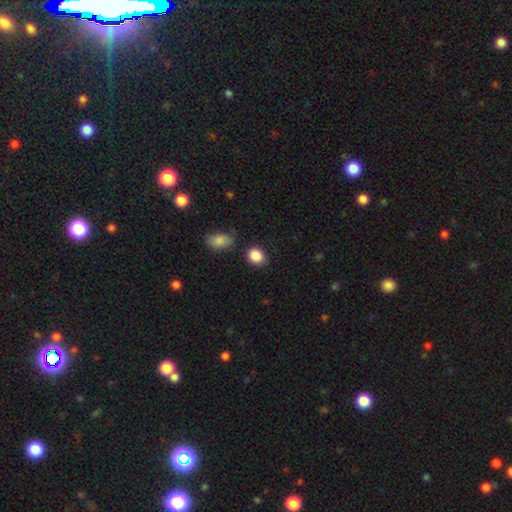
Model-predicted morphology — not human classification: Smooth or featured?
  - smooth: 88% *
  - star or artifact: 8%
  - featured or disk: 3%
How rounded?
  - round: 62% *
  - in between: 37%
  - cigar-shaped: 1%
Merging?
  - none: 79% *
  - minor disturbance: 13%
  - merger: 4%
  - major disturbance: 3%